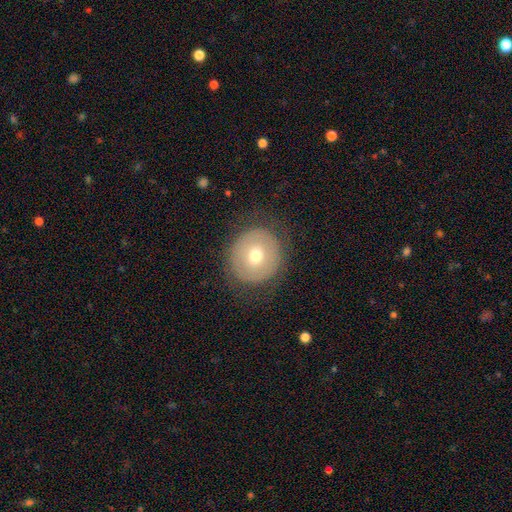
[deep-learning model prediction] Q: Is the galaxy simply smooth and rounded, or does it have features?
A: smooth — 58%.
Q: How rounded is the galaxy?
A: round — 87%.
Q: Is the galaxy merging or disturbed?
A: none — 80%.